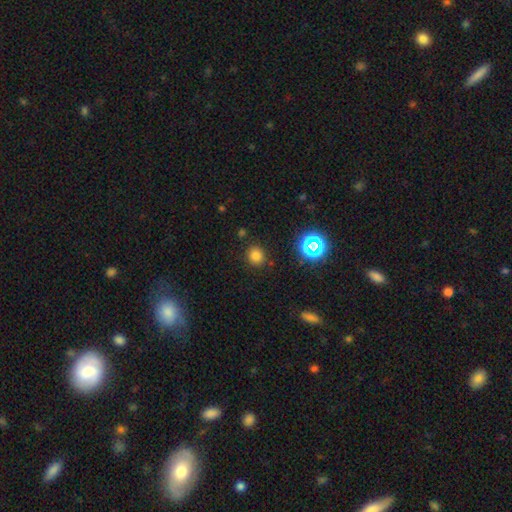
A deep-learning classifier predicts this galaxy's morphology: smooth 75%, star or artifact 19%, featured or disk 6%. Down the decision tree: how rounded — round (83%); merging — none (87%).